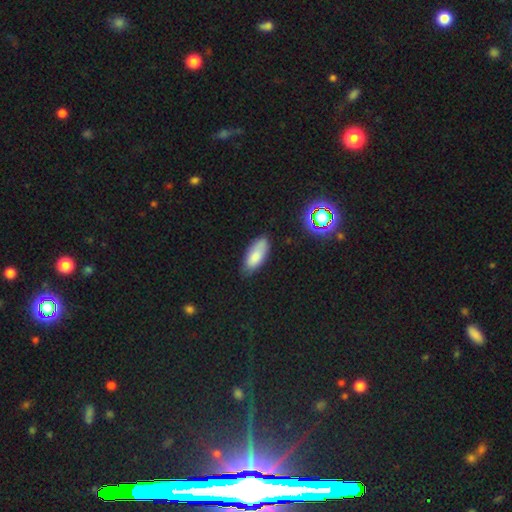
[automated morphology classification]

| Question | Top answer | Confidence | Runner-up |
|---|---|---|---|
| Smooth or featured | smooth | 82% | featured or disk (10%) |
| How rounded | in between | 83% | cigar-shaped (15%) |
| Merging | none | 74% | minor disturbance (20%) |